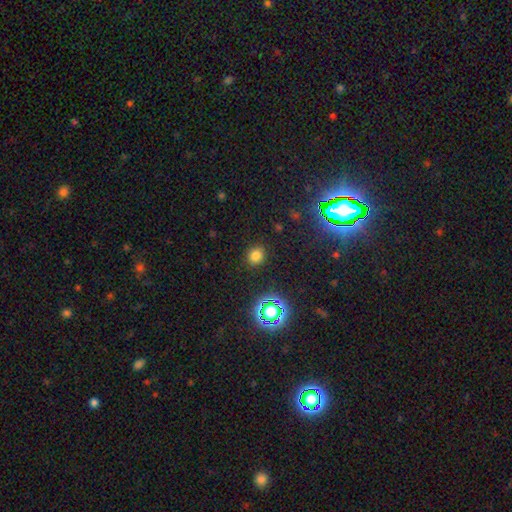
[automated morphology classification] Smooth or featured? Predicted: smooth (p=0.74). How rounded? Predicted: round (p=0.76). Merging? Predicted: none (p=0.88).